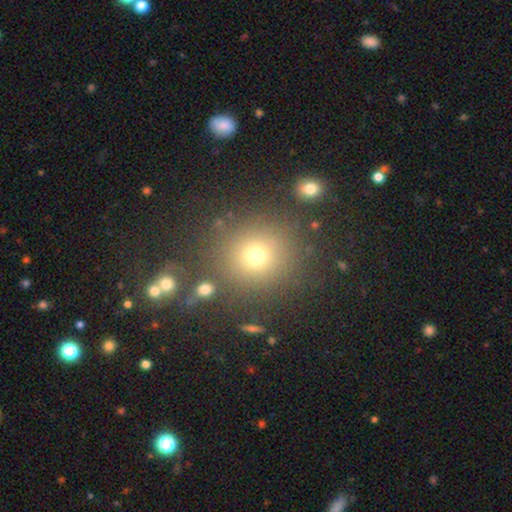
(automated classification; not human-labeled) Q: Smooth or featured?
A: smooth (70%); runner-up: star or artifact (21%)
Q: How rounded?
A: round (91%); runner-up: in between (8%)
Q: Merging?
A: none (84%); runner-up: minor disturbance (8%)